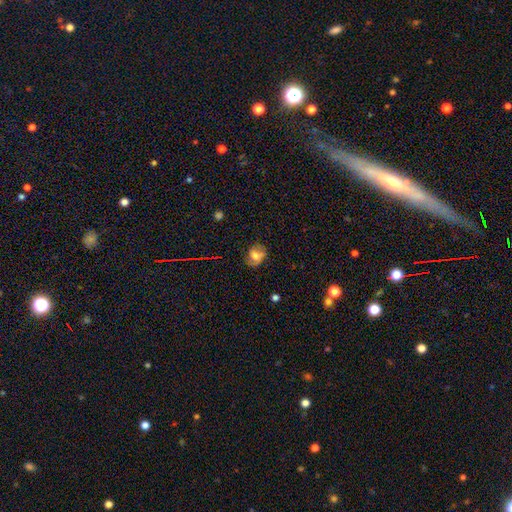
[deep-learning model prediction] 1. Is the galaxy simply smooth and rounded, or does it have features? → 59% smooth, 29% featured or disk, 12% star or artifact.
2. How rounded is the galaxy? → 50% in between, 49% round, 1% cigar-shaped.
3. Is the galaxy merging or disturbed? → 71% none, 22% minor disturbance, 6% major disturbance, 2% merger.